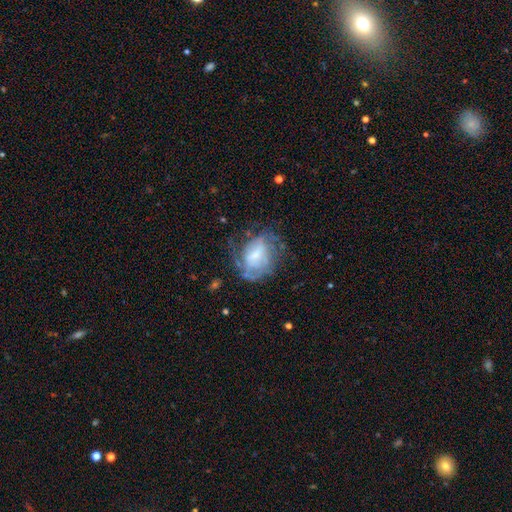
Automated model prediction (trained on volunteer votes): Smooth or featured? featured or disk (64%)
Edge-on disk? no (96%)
Bar? weak (47%)
Spiral arms? yes (71%)
Bulge size? small (37%)
Merging? none (47%)